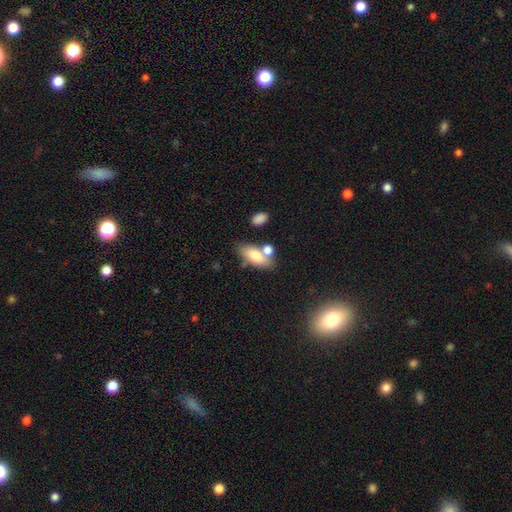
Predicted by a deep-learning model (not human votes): Morphology: type=smooth (73%); roundness=in between (82%); merging=none (56%).